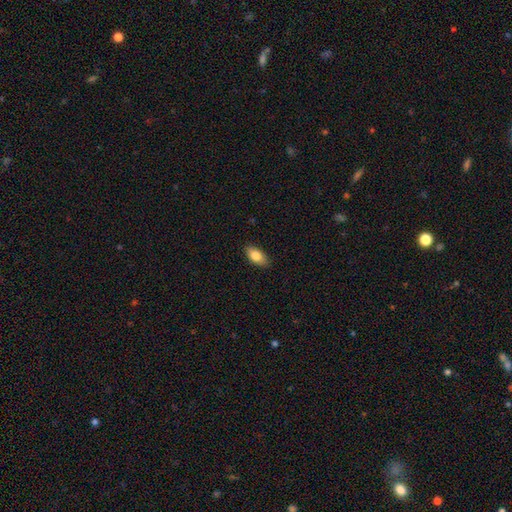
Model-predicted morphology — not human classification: The model was most divided on "smooth or featured": smooth: 82%, featured or disk: 11%, star or artifact: 7%. More confident: how rounded — in between (91%); merging — none (88%).